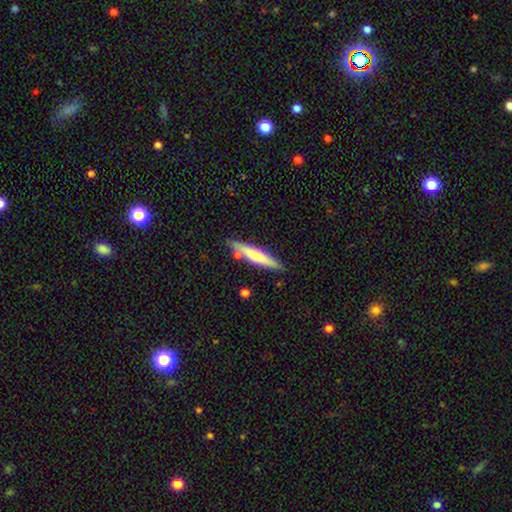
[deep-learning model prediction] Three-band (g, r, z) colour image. It shows a smooth galaxy with no disk features (54%) that is cigar-shaped (88%). Merging: none (82%).